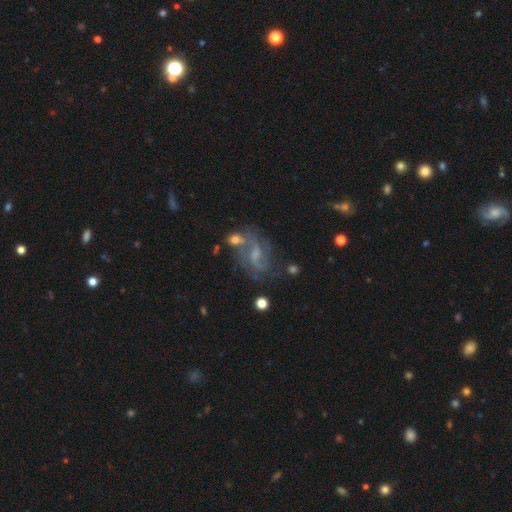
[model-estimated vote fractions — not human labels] The model was most divided on "spiral winding": medium: 46%, loose: 38%, tight: 16%. Remaining: edge-on disk — no (97%); spiral arms — yes (91%); smooth or featured — featured or disk (77%); spiral arm count — 2 (70%); bar — weak (55%); merging — none (52%); bulge size — small (43%).